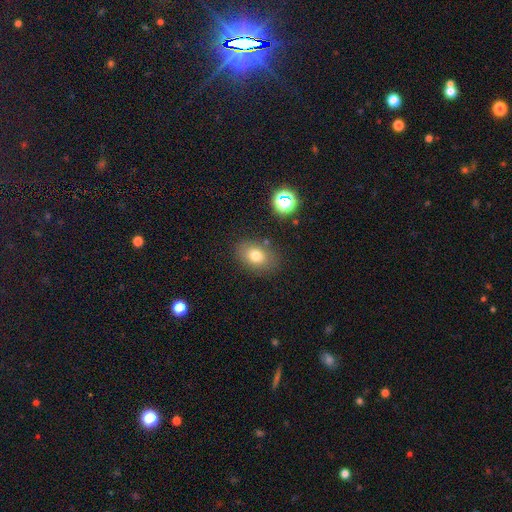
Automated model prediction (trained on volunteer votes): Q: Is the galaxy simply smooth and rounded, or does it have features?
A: smooth — 76%.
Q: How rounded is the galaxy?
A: in between — 75%.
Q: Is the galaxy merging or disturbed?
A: none — 80%.